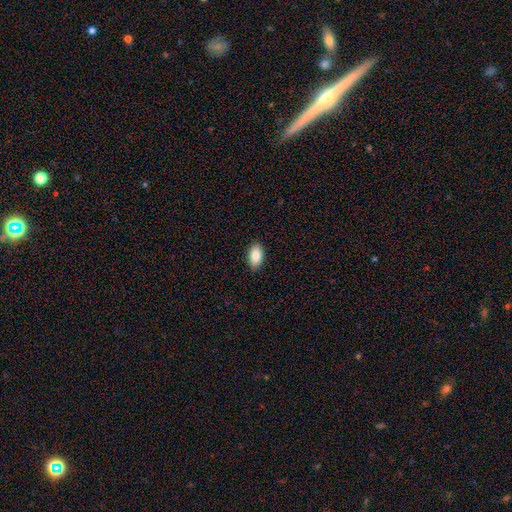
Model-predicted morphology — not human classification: This is clearly a smooth galaxy (86%). How rounded: clearly in between (93%). Merging: clearly none (89%).